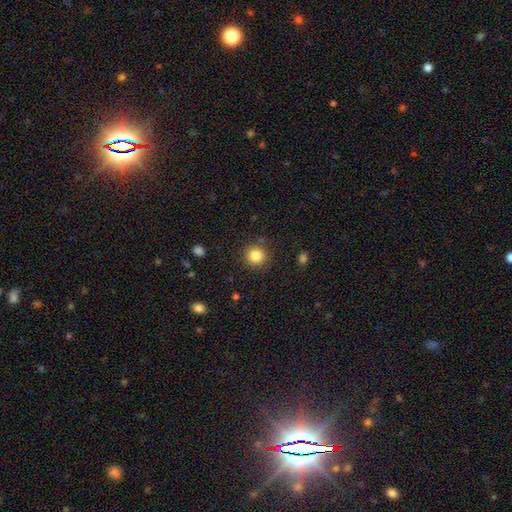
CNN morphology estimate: A smooth galaxy with no disk features (83%) that is round (93%). Merging: none (88%).